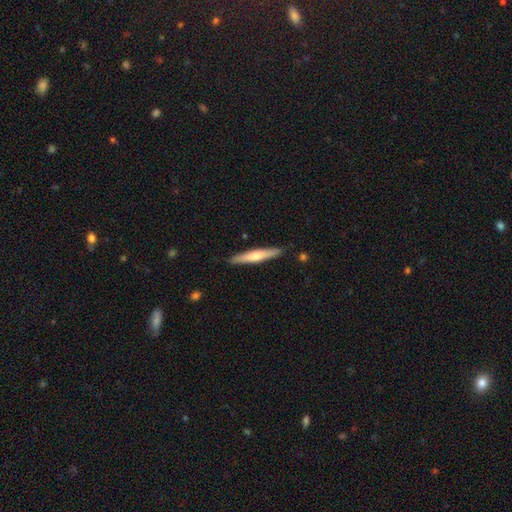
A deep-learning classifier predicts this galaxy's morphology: A smooth galaxy with no disk features (50%).

Vote fractions:
- Smooth or featured? smooth: 50% / featured or disk: 45% / star or artifact: 5%
- Merging? none: 89% / minor disturbance: 8% / major disturbance: 1% / merger: 1%